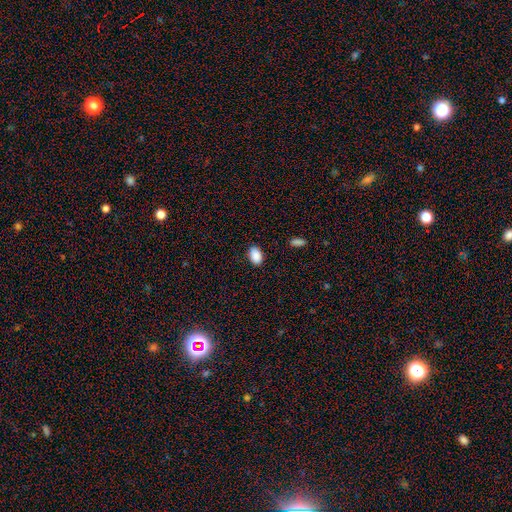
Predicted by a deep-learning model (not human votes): smooth-or-featured: smooth: 89% | star or artifact: 8% | featured or disk: 3%
  how-rounded: in between: 89% | round: 10% | cigar-shaped: 1%
  merging: none: 85% | minor disturbance: 11% | major disturbance: 2% | merger: 1%